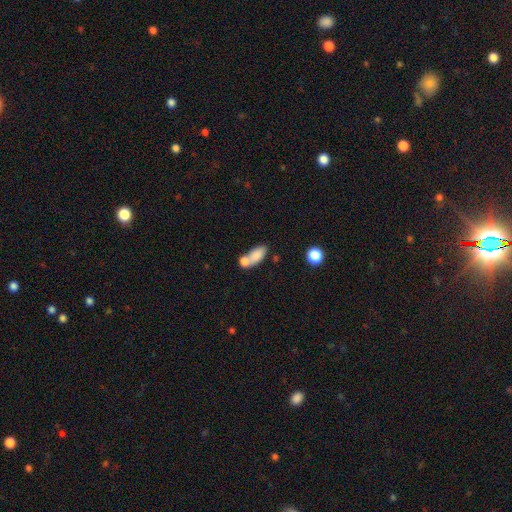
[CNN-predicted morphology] A smooth galaxy with no disk features (79%) that is in between round and cigar-shaped (83%). Merging: merger (47%).